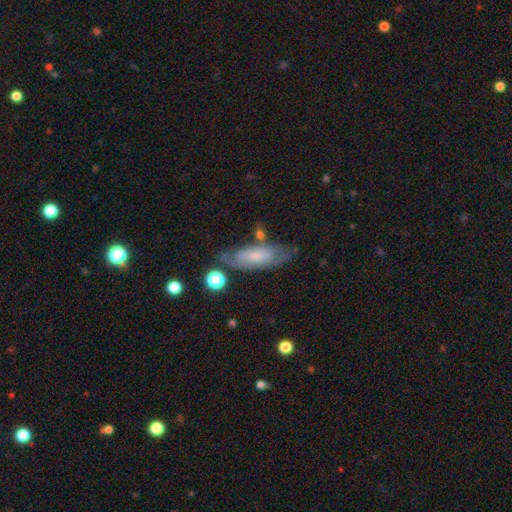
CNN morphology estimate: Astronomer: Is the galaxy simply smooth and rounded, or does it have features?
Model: smooth — 54% (runner-up: featured or disk, 38%).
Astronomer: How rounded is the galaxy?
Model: in between — 63%.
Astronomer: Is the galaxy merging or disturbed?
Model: none — 62%.